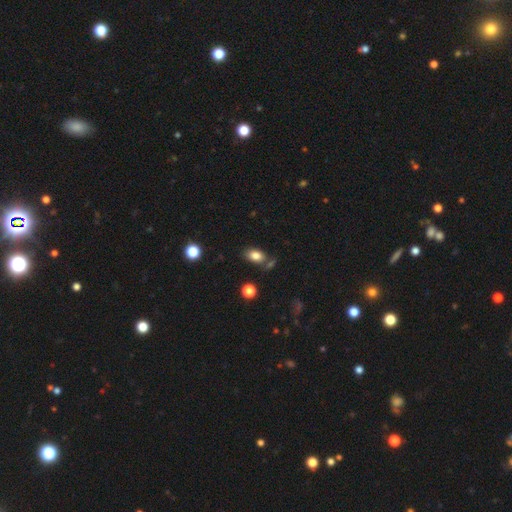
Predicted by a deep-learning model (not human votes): Smooth or featured? Predicted: smooth (p=0.83). How rounded? Predicted: in between (p=0.85). Merging? Predicted: none (p=0.70).